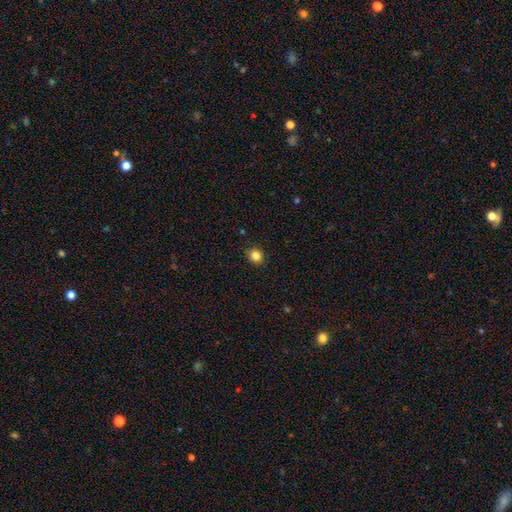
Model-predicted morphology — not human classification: Smooth or featured? Predicted: smooth (p=0.84). How rounded? Predicted: round (p=0.82). Merging? Predicted: none (p=0.89).